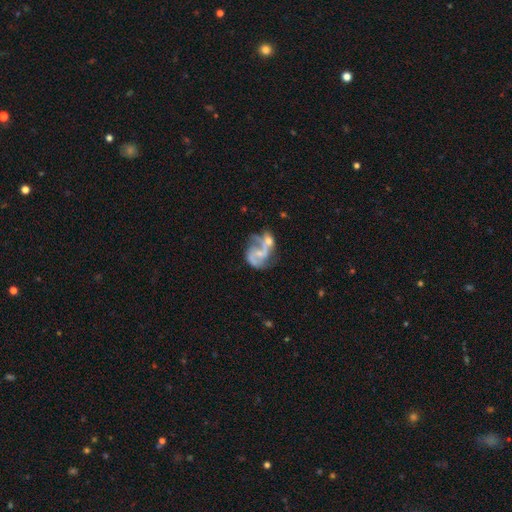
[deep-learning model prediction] featured or disk 73%, smooth 19%, star or artifact 8%. Down the decision tree: edge-on disk — no (98%); bar — no (53%); spiral arms — yes (79%); spiral arm count — 2 (73%); spiral winding — loose (44%); bulge size — small (51%); merging — merger (45%).